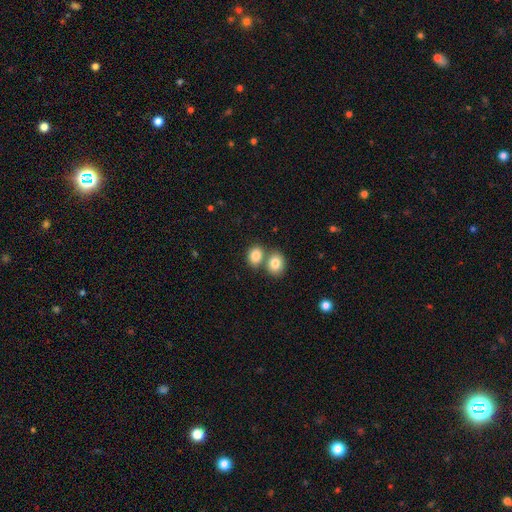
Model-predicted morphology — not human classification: type=smooth (83%); roundness=round (50%); merging=none (45%).